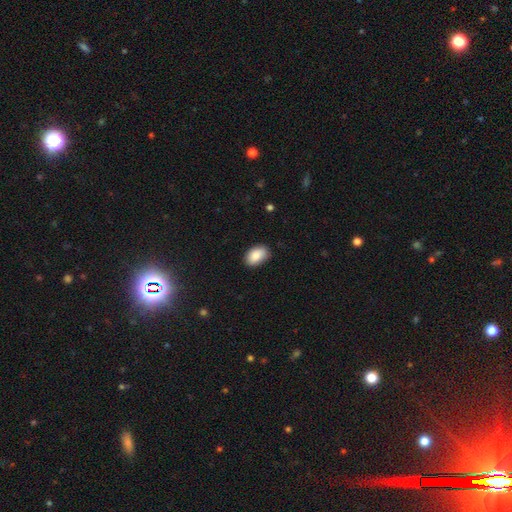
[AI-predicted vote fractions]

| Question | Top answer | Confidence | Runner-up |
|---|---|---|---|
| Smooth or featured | smooth | 87% | star or artifact (7%) |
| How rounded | in between | 91% | round (8%) |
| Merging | none | 85% | minor disturbance (12%) |